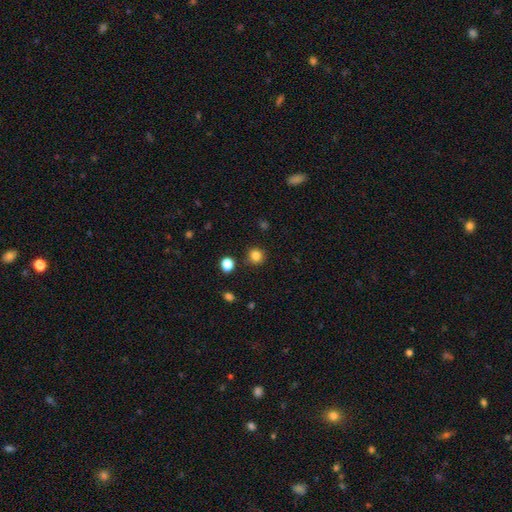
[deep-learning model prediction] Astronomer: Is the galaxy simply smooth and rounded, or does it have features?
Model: smooth — 83%.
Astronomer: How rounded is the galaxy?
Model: round — 91%.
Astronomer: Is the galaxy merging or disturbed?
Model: none — 87%.